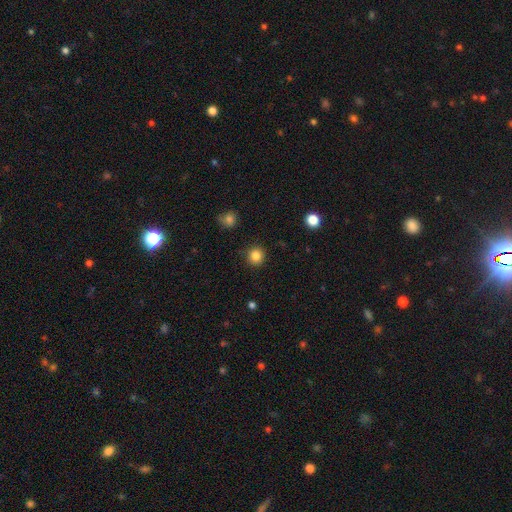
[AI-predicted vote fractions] The model was most divided on "smooth or featured": smooth: 84%, star or artifact: 11%, featured or disk: 4%. More confident: how rounded — round (93%); merging — none (90%).